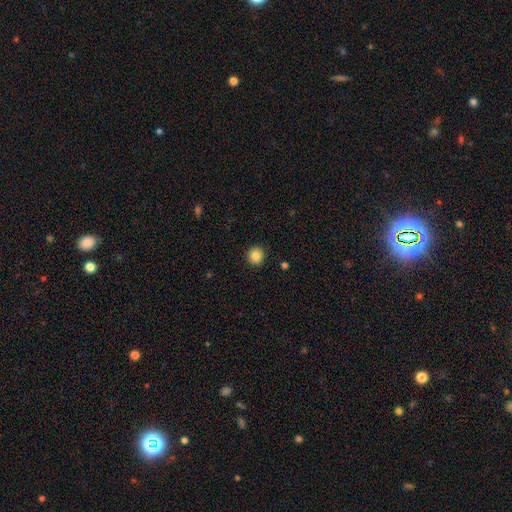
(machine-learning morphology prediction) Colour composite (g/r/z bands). It shows a smooth galaxy with no disk features (85%) that is round (94%). Merging: none (92%).